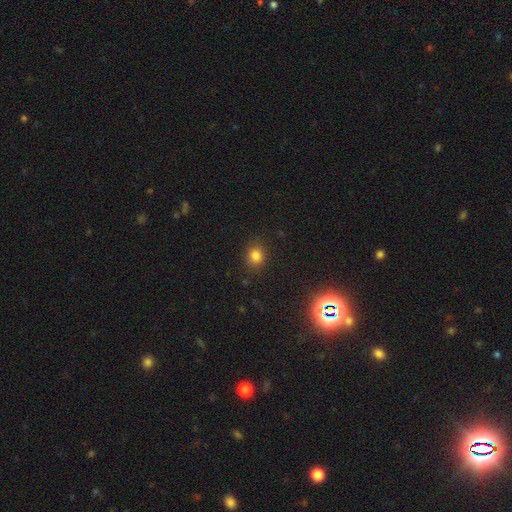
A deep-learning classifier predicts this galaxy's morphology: Q: Smooth or featured?
A: smooth (80%); runner-up: star or artifact (14%)
Q: How rounded?
A: round (69%); runner-up: in between (29%)
Q: Merging?
A: none (85%); runner-up: minor disturbance (11%)